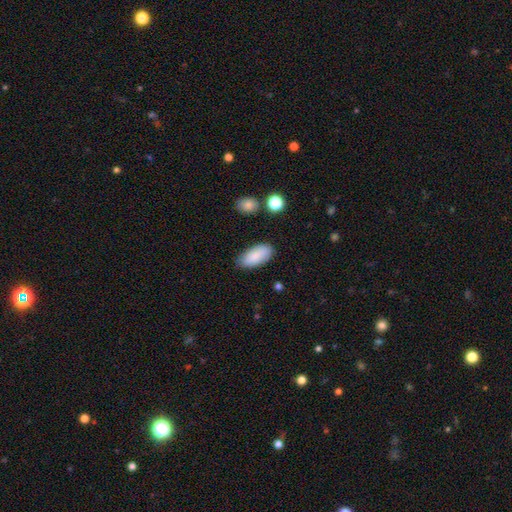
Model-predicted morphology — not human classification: Smooth or featured? Predicted: smooth (p=0.85). How rounded? Predicted: in between (p=0.90). Merging? Predicted: none (p=0.78).